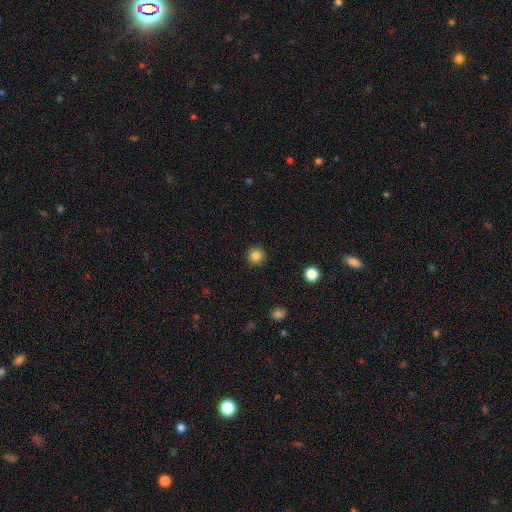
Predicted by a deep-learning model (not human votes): Overall: smooth (84%). How rounded: round (94%). Merging: none (92%).